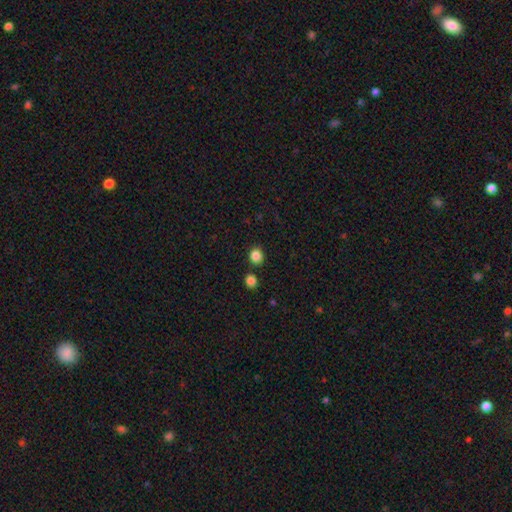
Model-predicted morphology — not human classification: Smooth or featured? smooth (85%)
How rounded? round (74%)
Merging? none (81%)